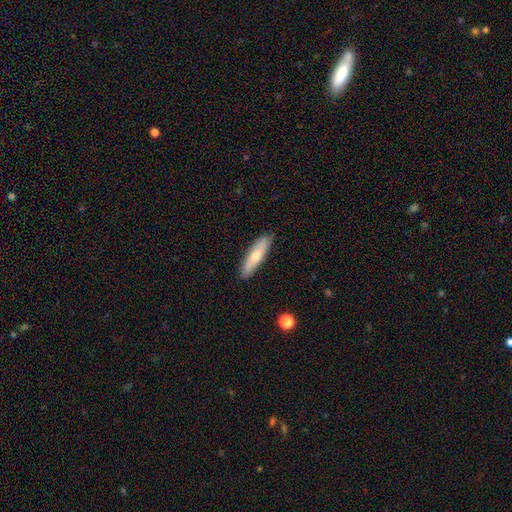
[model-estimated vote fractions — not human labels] Smooth or featured?
  - smooth: 67% *
  - featured or disk: 27%
  - star or artifact: 6%
How rounded?
  - cigar-shaped: 74% *
  - in between: 24%
  - round: 2%
Merging?
  - none: 86% *
  - minor disturbance: 11%
  - major disturbance: 2%
  - merger: 1%